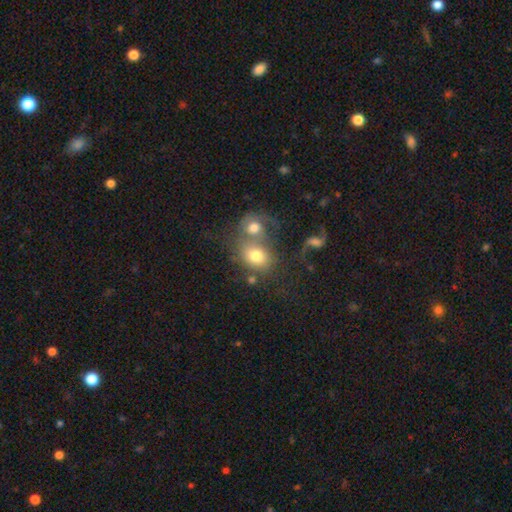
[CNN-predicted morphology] smooth 63%, featured or disk 25%, star or artifact 12%. Down the decision tree: how rounded — round (54%); merging — merger (58%).